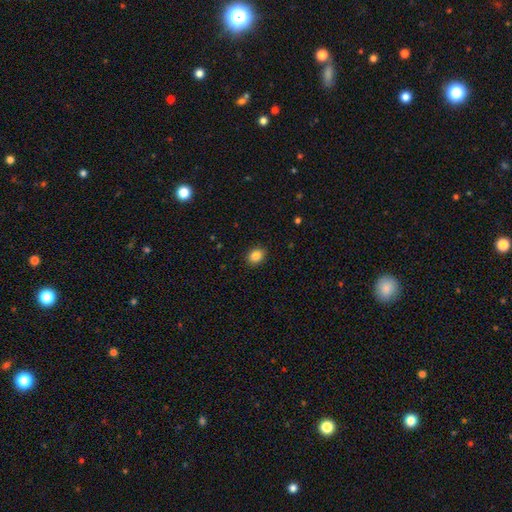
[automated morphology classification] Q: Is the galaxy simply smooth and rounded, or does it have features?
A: smooth — 87%.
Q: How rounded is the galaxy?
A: round — 55%.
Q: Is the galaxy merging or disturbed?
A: none — 89%.